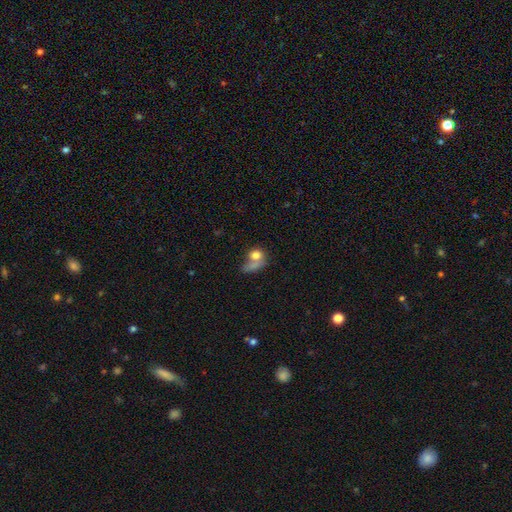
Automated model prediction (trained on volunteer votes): This is likely a smooth galaxy (72%). How rounded: possibly round (52%). Merging: marginally merger (36%).